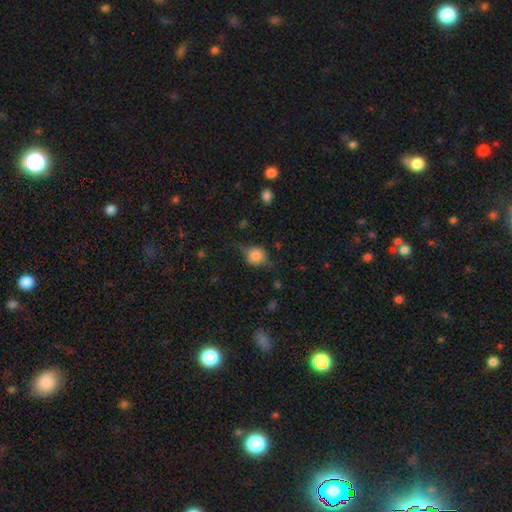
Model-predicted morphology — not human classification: smooth_or_featured: smooth (p=0.69) [alt: featured or disk p=0.20]
how_rounded: round (p=0.82) [alt: in between p=0.17]
merging: none (p=0.61) [alt: minor disturbance p=0.27]